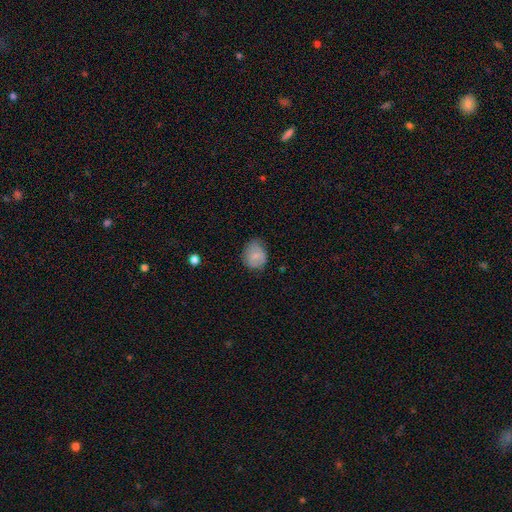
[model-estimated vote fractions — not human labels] The model was most divided on "how rounded": round: 59%, in between: 40%, cigar-shaped: 1%. More confident: smooth or featured — smooth (78%); merging — none (63%).